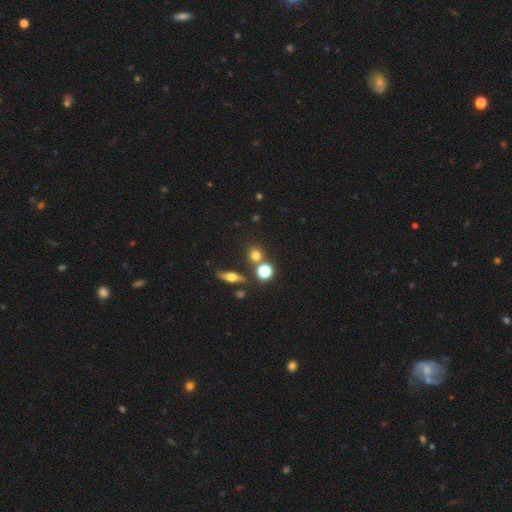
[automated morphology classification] Smooth or featured: smooth — 69% (star or artifact — 18%)
How rounded: round — 84% (in between — 13%)
Merging: none — 73% (merger — 15%)